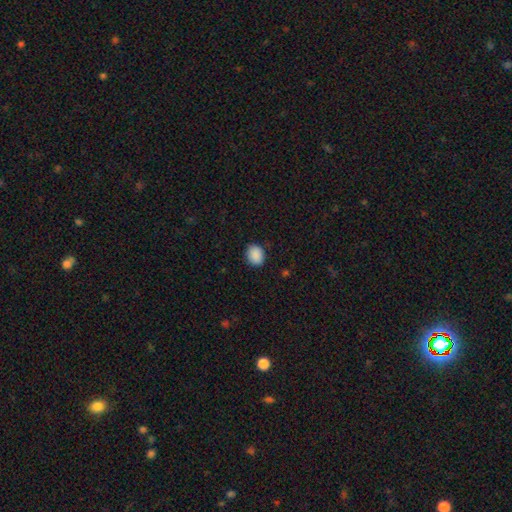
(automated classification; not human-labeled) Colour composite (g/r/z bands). It shows a smooth galaxy with no disk features (90%) that is round (52%). Merging: none (87%).